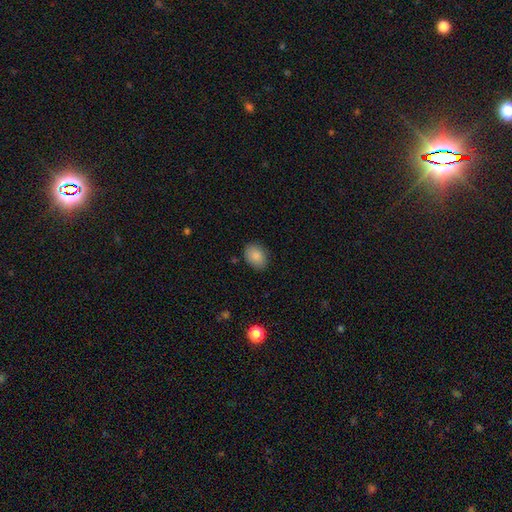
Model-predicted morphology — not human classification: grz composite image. It shows a smooth galaxy with no disk features (88%) that is in between round and cigar-shaped (76%). Merging: none (84%).